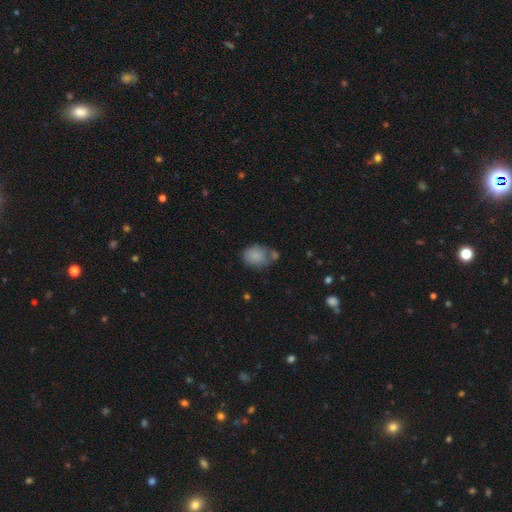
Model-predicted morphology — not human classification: The model was most divided on "how rounded": in between: 58%, round: 41%, cigar-shaped: 1%. Remaining: smooth or featured — smooth (83%); merging — none (48%).